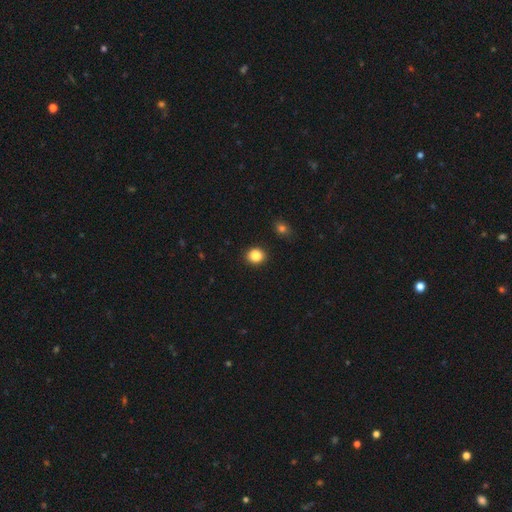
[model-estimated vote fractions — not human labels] Morphology: type=smooth (85%); roundness=round (76%); merging=none (90%).